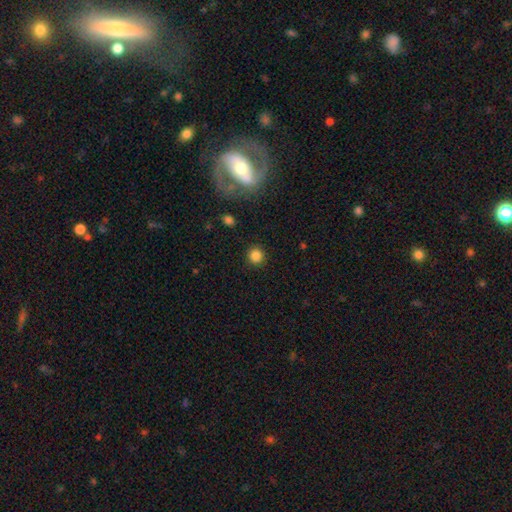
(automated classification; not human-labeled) smooth_or_featured: smooth (p=0.84) [alt: star or artifact p=0.12]
how_rounded: round (p=0.92) [alt: in between p=0.07]
merging: none (p=0.91) [alt: minor disturbance p=0.06]